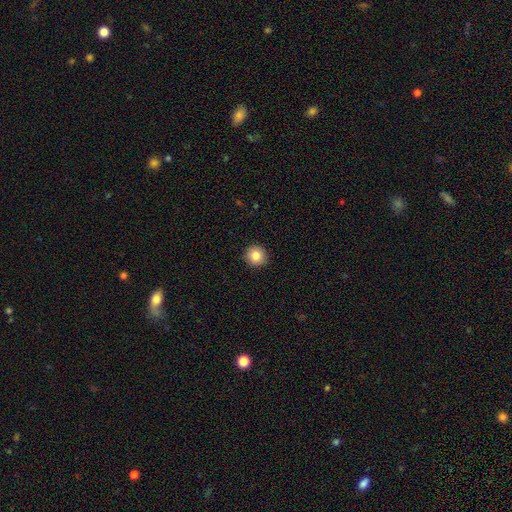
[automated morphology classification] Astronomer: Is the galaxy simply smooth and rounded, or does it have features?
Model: smooth — 83%.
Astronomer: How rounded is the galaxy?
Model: round — 94%.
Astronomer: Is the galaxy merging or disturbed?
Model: none — 92%.